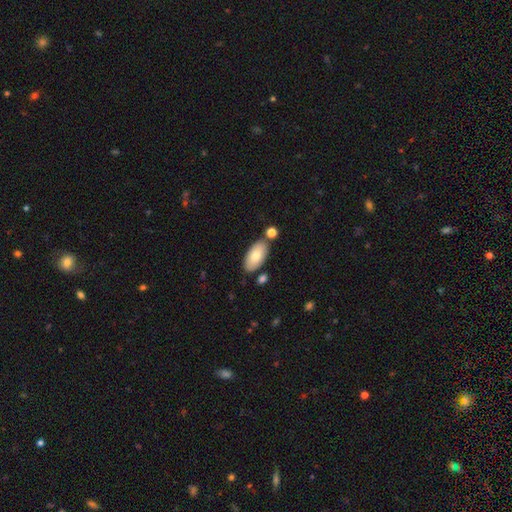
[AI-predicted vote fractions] Smooth or featured: smooth — 77% (featured or disk — 17%)
How rounded: in between — 95% (cigar-shaped — 3%)
Merging: none — 78% (minor disturbance — 11%)